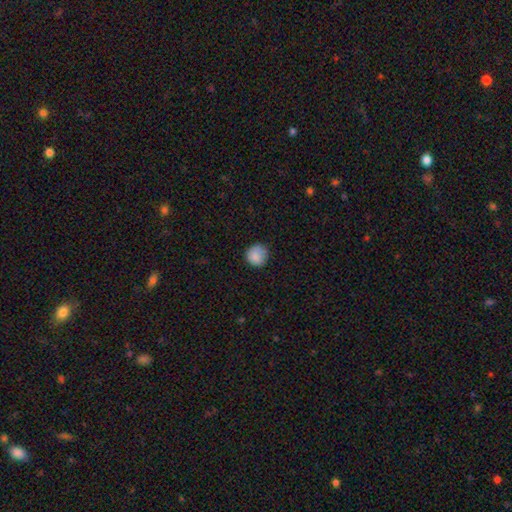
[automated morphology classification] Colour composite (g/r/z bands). It shows a smooth galaxy with no disk features (86%) that is round (92%). Merging: none (81%).